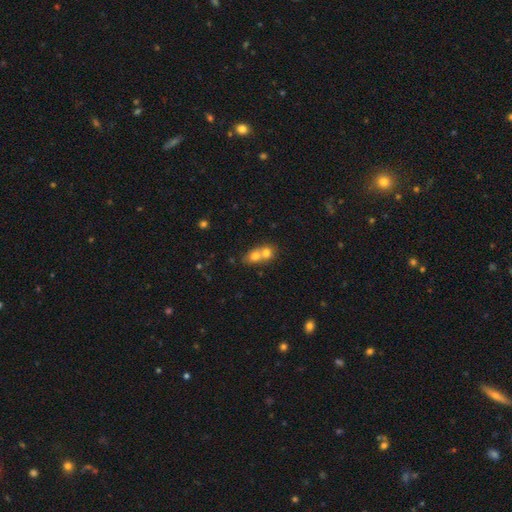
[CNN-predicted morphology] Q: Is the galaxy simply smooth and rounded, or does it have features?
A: smooth — 71%.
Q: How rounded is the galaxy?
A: round — 62%.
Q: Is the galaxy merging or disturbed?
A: merger — 71%.